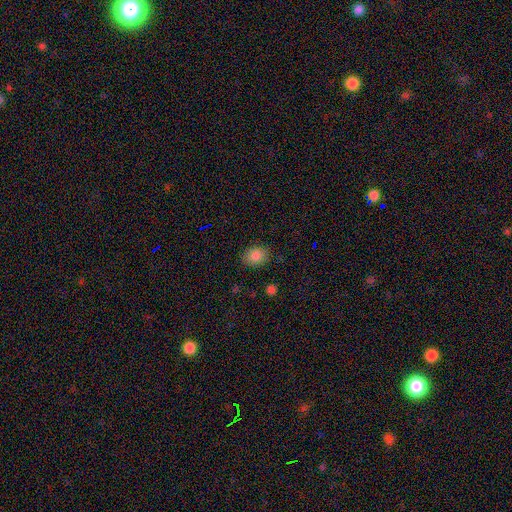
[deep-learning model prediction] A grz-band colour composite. It shows a smooth galaxy with no disk features (85%) that is in between round and cigar-shaped (67%). Merging: none (85%).